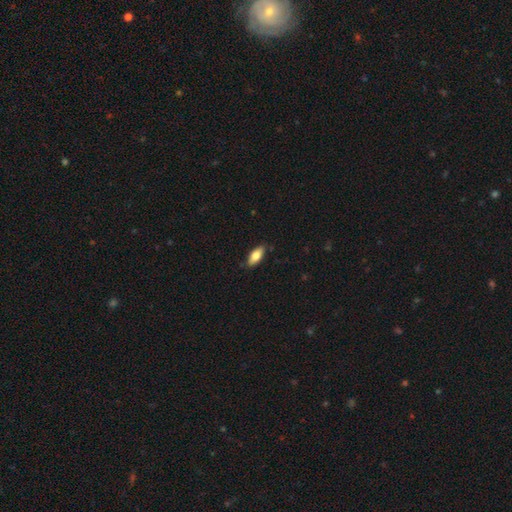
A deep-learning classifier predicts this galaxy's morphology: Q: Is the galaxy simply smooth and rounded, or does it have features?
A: smooth — 76%.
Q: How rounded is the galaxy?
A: in between — 85%.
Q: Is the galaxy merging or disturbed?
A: none — 85%.